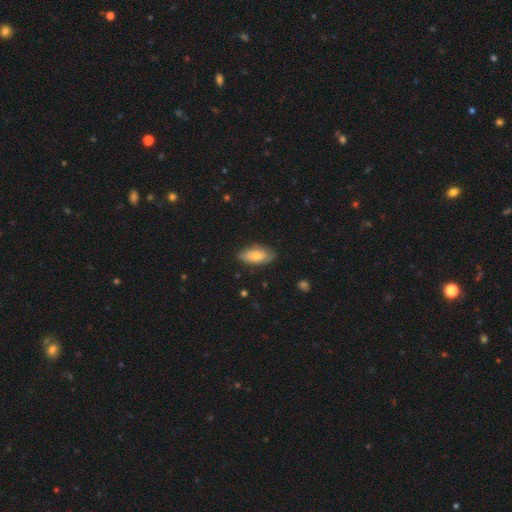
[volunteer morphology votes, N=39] Smooth or featured: smooth — 79% (featured or disk — 15%)
How rounded: in between — 94% (round — 6%)
Merging: none — 78% (minor disturbance — 22%)